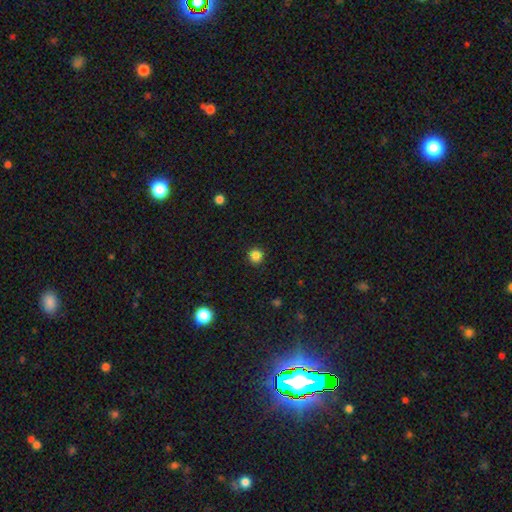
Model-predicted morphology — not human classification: This is clearly a smooth galaxy (85%). How rounded: clearly round (95%). Merging: clearly none (92%).